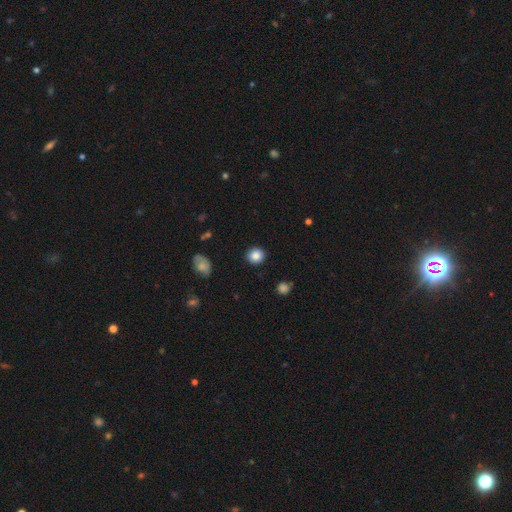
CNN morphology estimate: A smooth galaxy with no disk features (86%) that is round (88%). Merging: none (91%).